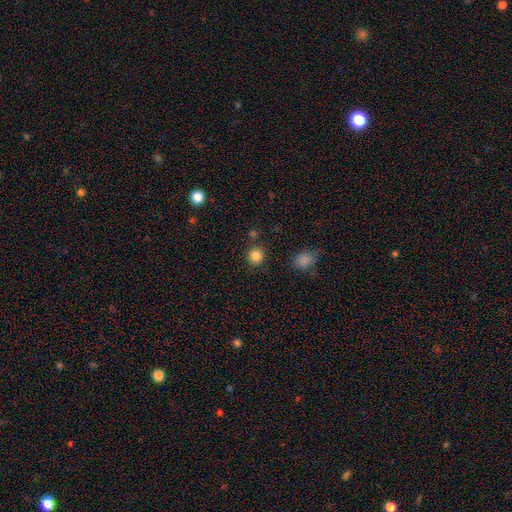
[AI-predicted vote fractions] This appears to be a smooth galaxy with no disk features (85%) that is round (91%). Merging: none (86%).